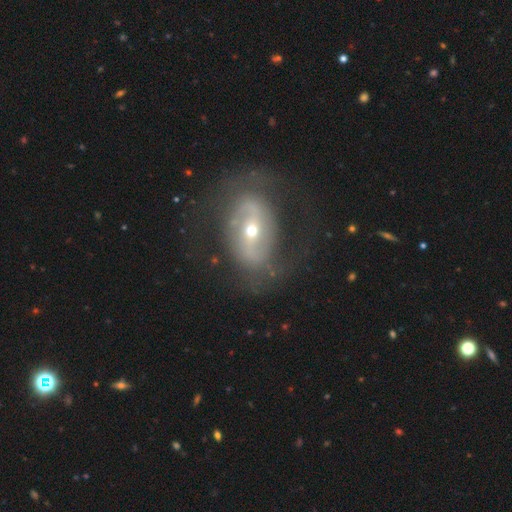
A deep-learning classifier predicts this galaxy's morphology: Smooth or featured?
  - featured or disk: 76% *
  - smooth: 16%
  - star or artifact: 8%
Edge-on disk?
  - no: 94% *
  - yes: 6%
Bar?
  - strong: 36% *
  - weak: 33%
  - no: 31%
Spiral arms?
  - yes: 71% *
  - no: 29%
Spiral winding?
  - medium: 41% *
  - loose: 32%
  - tight: 27%
Spiral arm count?
  - 2: 76% *
  - can't tell: 16%
  - 1: 4%
  - 3: 2%
  - 4: 1%
  - more than 4: 1%
Bulge size?
  - small: 55% *
  - moderate: 41%
  - large: 2%
  - dominant: 1%
  - none: 1%
Merging?
  - none: 65% *
  - major disturbance: 17%
  - minor disturbance: 16%
  - merger: 2%